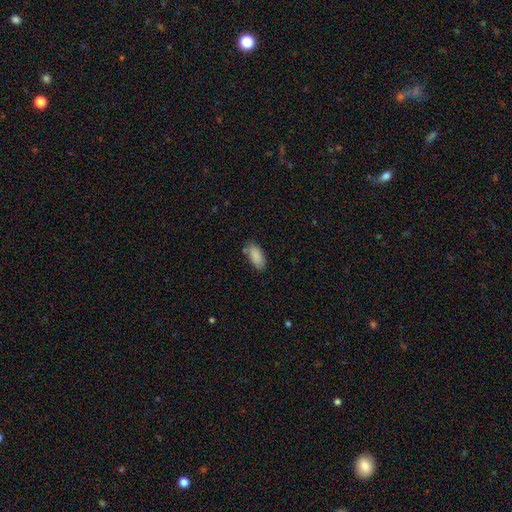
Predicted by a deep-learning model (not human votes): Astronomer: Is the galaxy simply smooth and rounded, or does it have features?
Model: smooth — 87%.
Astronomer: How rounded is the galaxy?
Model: in between — 91%.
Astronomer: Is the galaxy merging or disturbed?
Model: none — 67%.